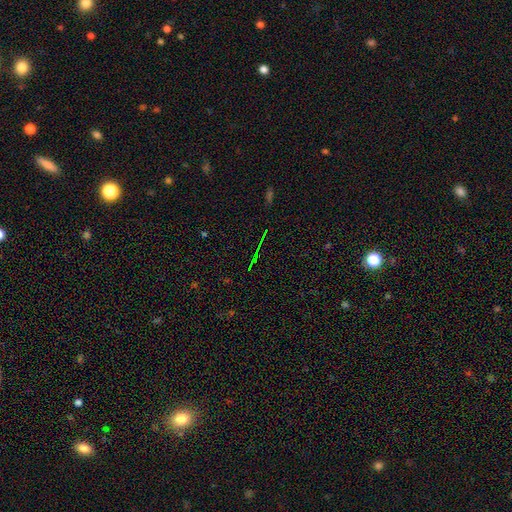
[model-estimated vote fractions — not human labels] smooth_or_featured: star or artifact (p=0.77) [alt: featured or disk p=0.12]